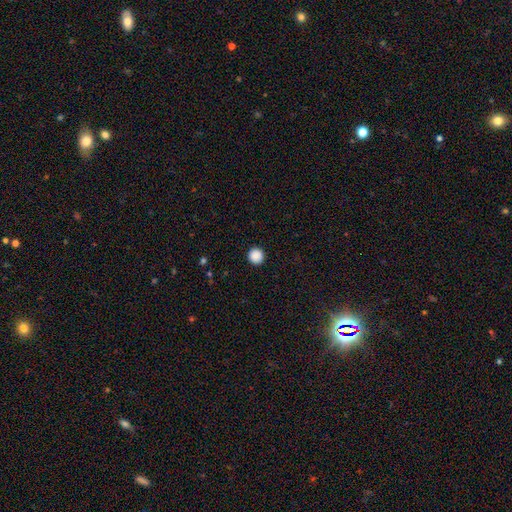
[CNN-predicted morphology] smooth 89%, star or artifact 9%, featured or disk 2%. Down the decision tree: how rounded — round (95%); merging — none (93%).